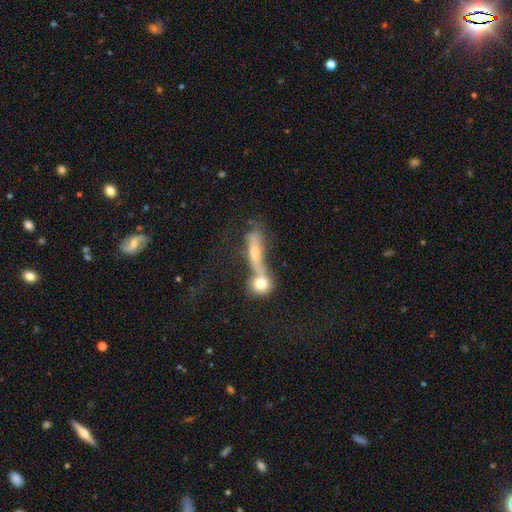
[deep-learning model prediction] A featured or disk galaxy (46%).

Vote fractions:
- Smooth or featured? featured or disk: 46% / smooth: 41% / star or artifact: 13%
- Merging? merger: 59% / none: 21% / major disturbance: 11% / minor disturbance: 9%